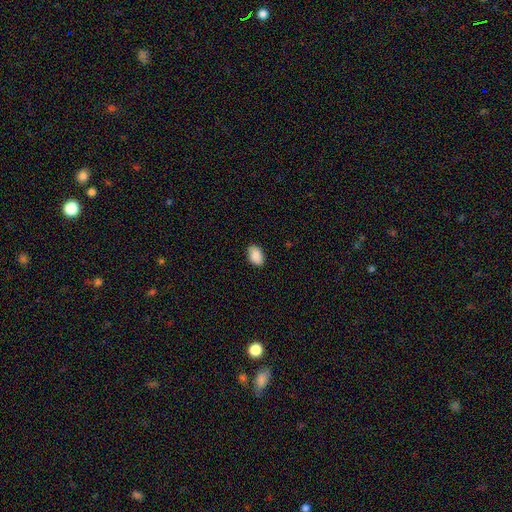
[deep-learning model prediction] This is clearly a smooth galaxy (88%). How rounded: clearly in between (88%). Merging: clearly none (86%).